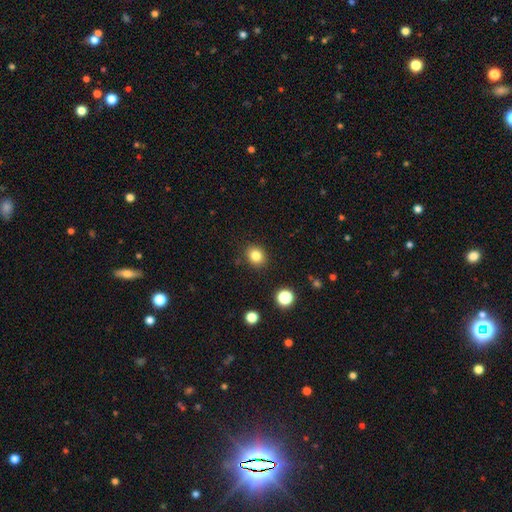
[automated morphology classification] Smooth or featured: smooth — 82% (star or artifact — 12%)
How rounded: round — 73% (in between — 26%)
Merging: none — 87% (minor disturbance — 8%)